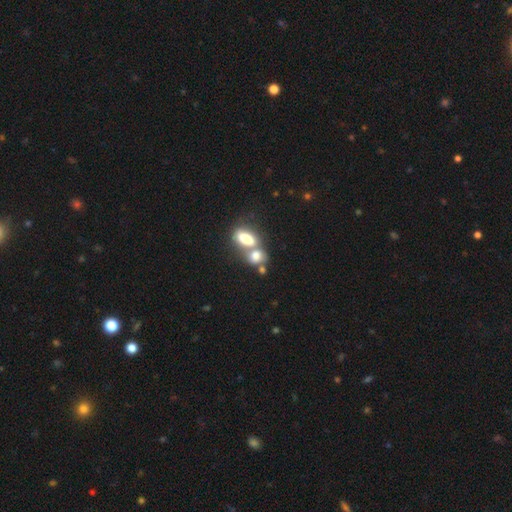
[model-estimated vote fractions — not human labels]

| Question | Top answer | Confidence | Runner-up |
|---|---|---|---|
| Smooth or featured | smooth | 74% | featured or disk (17%) |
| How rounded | in between | 66% | round (30%) |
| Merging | merger | 62% | none (27%) |